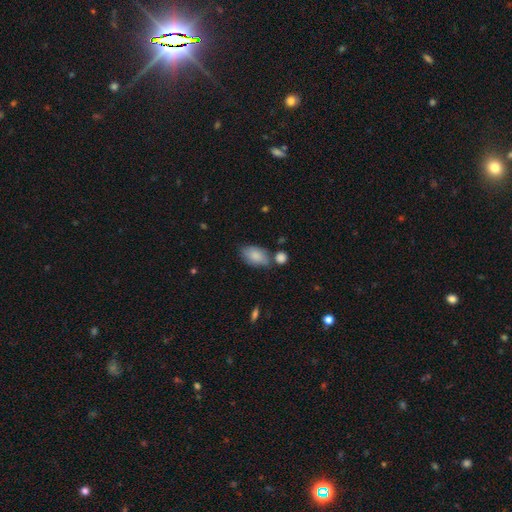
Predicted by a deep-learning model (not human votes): The model was most divided on "merging": none: 58%, minor disturbance: 22%, merger: 15%, major disturbance: 6%. More confident: how rounded — in between (92%); smooth or featured — smooth (83%).